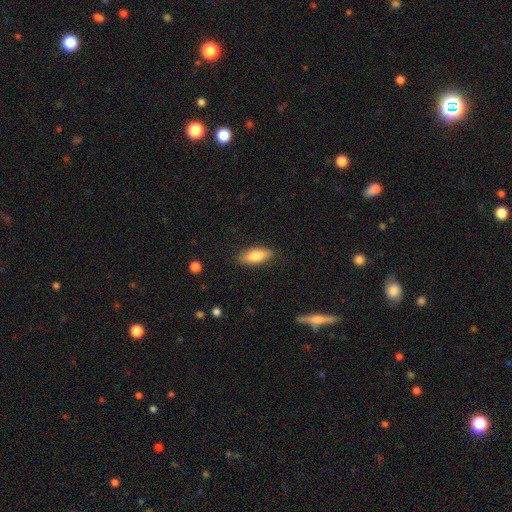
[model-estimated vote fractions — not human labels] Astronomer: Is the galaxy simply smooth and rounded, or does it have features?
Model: smooth — 78%.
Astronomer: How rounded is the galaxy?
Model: in between — 72%.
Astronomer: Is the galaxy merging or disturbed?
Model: none — 85%.